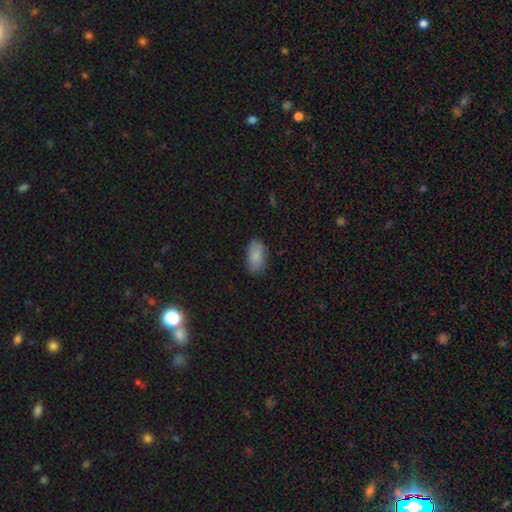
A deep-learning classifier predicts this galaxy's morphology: smooth_or_featured: smooth (p=0.83) [alt: featured or disk p=0.10]
how_rounded: in between (p=0.93) [alt: round p=0.04]
merging: none (p=0.79) [alt: minor disturbance p=0.16]